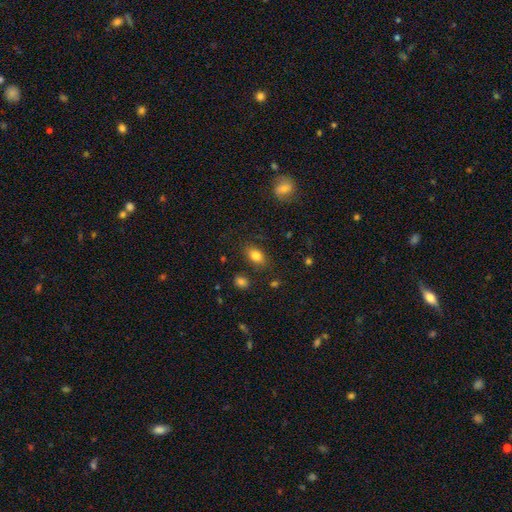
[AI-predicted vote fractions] This is clearly a smooth galaxy (83%). How rounded: clearly in between (85%). Merging: clearly none (82%).